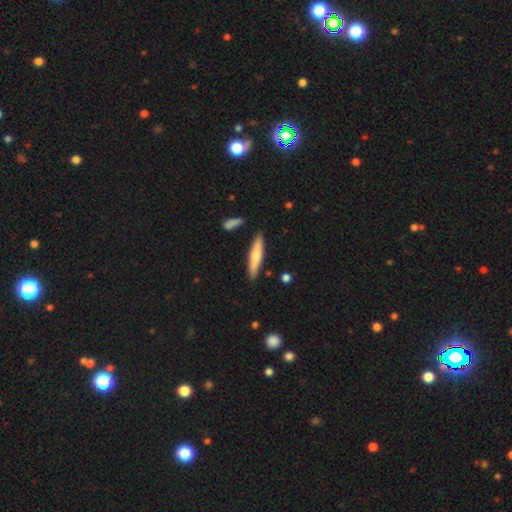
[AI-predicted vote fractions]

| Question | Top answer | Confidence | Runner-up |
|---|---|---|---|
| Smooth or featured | smooth | 61% | featured or disk (34%) |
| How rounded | cigar-shaped | 83% | in between (15%) |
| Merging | none | 85% | minor disturbance (10%) |